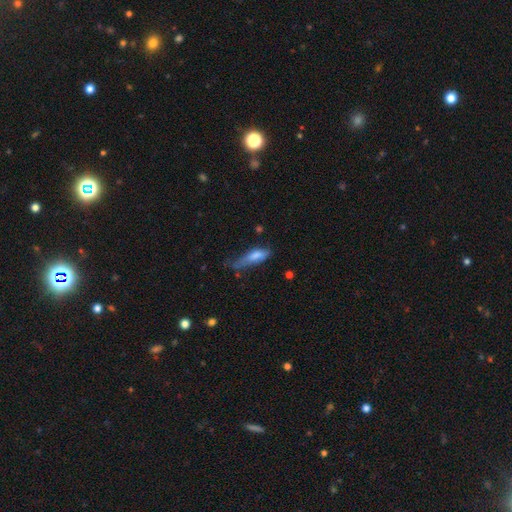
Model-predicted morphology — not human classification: smooth-or-featured: smooth: 73% | featured or disk: 20% | star or artifact: 8%
  how-rounded: cigar-shaped: 53% | in between: 45% | round: 2%
  merging: minor disturbance: 39% | none: 31% | major disturbance: 26% | merger: 5%